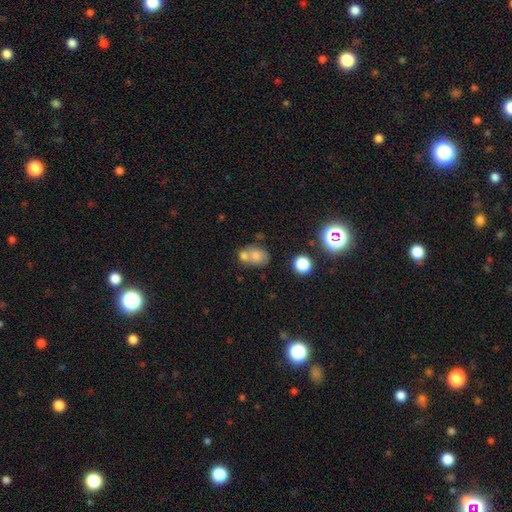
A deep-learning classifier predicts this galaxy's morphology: smooth_or_featured: smooth (p=0.71) [alt: featured or disk p=0.16]
how_rounded: in between (p=0.56) [alt: round p=0.42]
merging: merger (p=0.49) [alt: none p=0.34]